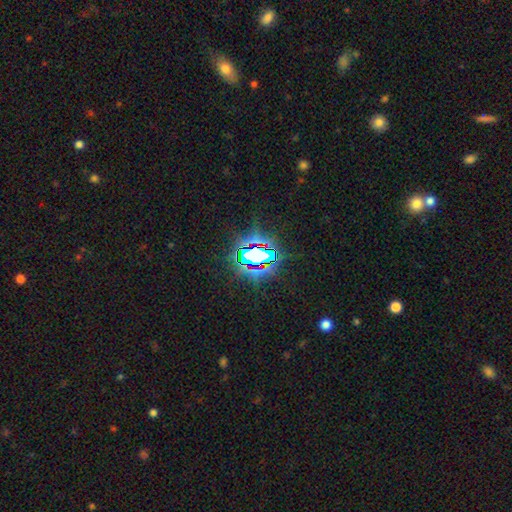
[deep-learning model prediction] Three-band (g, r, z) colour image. It shows a star or artifact, not a galaxy (73%).